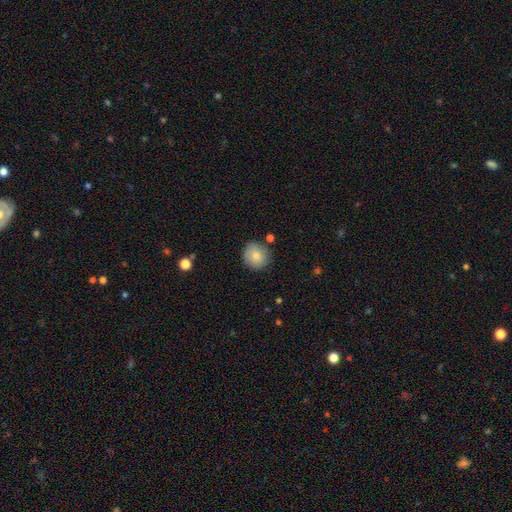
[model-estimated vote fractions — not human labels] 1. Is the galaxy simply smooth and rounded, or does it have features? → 83% smooth, 9% featured or disk, 8% star or artifact.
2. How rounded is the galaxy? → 91% round, 8% in between, 1% cigar-shaped.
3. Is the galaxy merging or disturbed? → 83% none, 11% minor disturbance, 3% merger, 3% major disturbance.